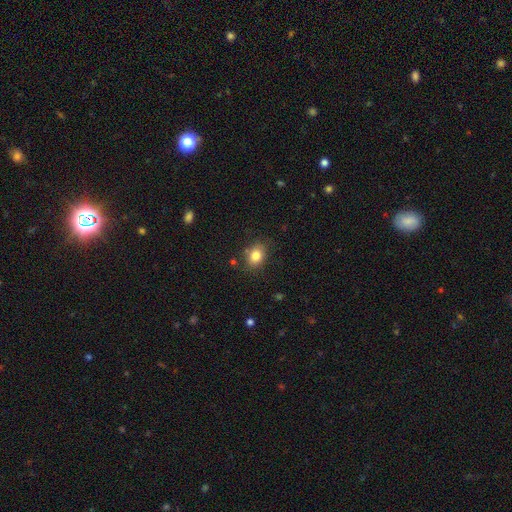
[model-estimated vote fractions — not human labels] Smooth or featured? Predicted: smooth (p=0.82). How rounded? Predicted: in between (p=0.59). Merging? Predicted: none (p=0.80).